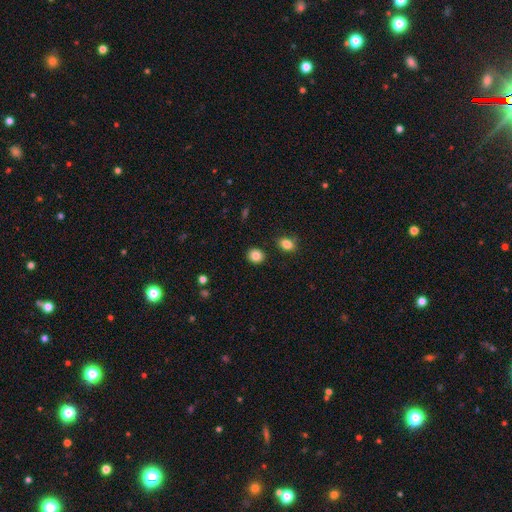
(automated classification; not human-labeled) A smooth galaxy with no disk features (85%) that is round (79%).

Vote fractions:
- Smooth or featured? smooth: 85% / star or artifact: 10% / featured or disk: 5%
- How rounded? round: 79% / in between: 20% / cigar-shaped: 1%
- Merging? none: 88% / minor disturbance: 7% / merger: 3% / major disturbance: 2%